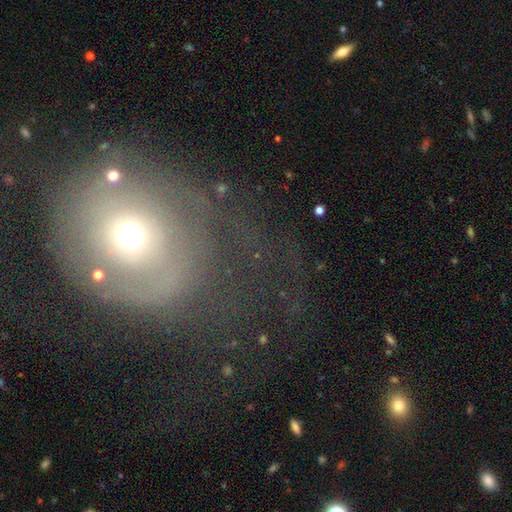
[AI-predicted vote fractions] Smooth or featured? Predicted: featured or disk (p=0.51). Edge-on disk? Predicted: no (p=0.95). Merging? Predicted: none (p=0.46).